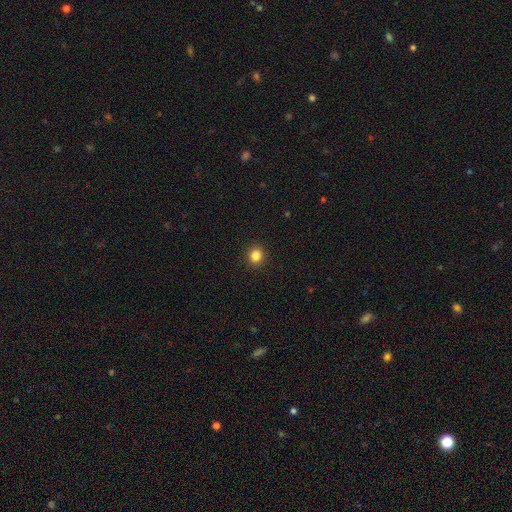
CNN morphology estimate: smooth_or_featured: smooth (p=0.84) [alt: star or artifact p=0.12]
how_rounded: round (p=0.87) [alt: in between p=0.12]
merging: none (p=0.93) [alt: minor disturbance p=0.05]